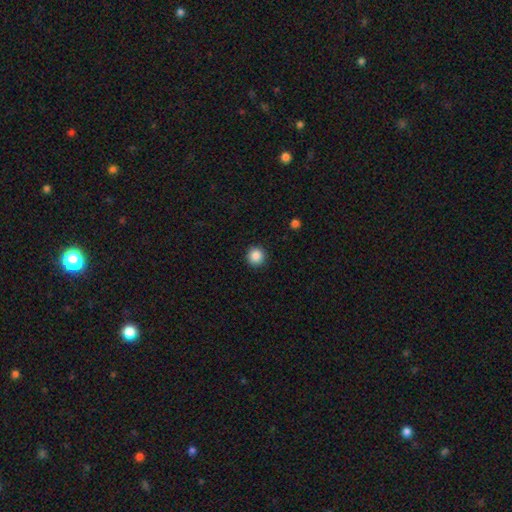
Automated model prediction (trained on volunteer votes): Morphology: type=smooth (87%); roundness=round (95%); merging=none (93%).